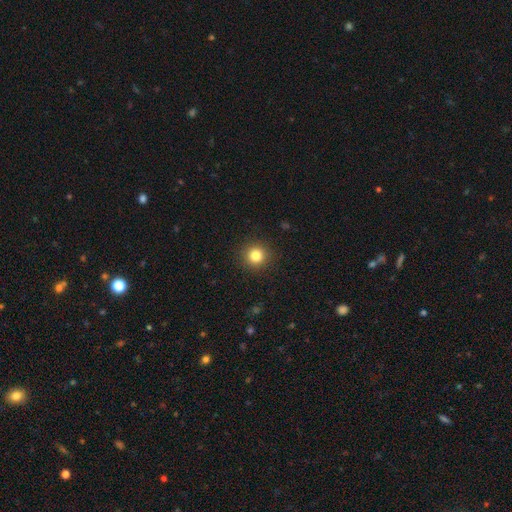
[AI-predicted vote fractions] This appears to be a smooth galaxy with no disk features (82%) that is round (94%). Merging: none (92%).